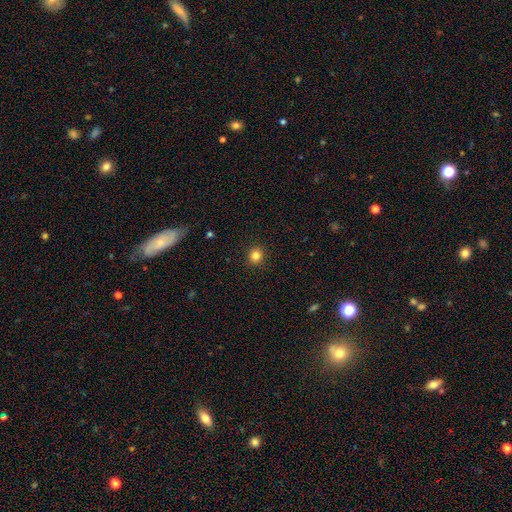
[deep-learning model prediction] This is clearly a smooth galaxy (83%). How rounded: clearly round (92%). Merging: clearly none (92%).